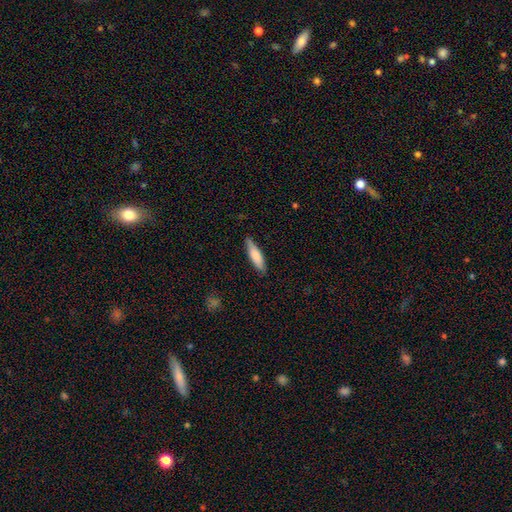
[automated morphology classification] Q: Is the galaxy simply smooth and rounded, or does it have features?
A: smooth — 76%.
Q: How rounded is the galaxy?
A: cigar-shaped — 71%.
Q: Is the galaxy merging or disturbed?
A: none — 85%.